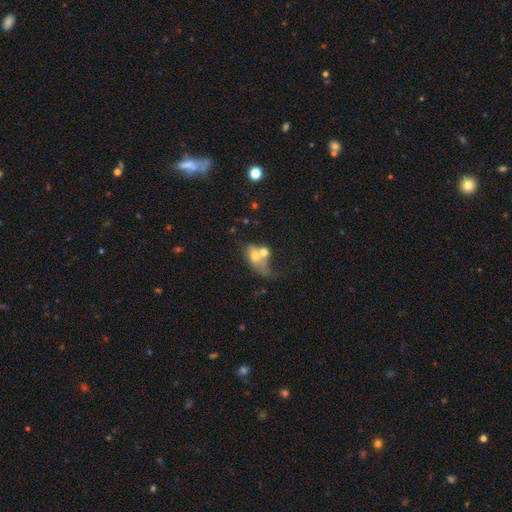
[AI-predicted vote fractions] Smooth or featured? Predicted: smooth (p=0.58). How rounded? Predicted: in between (p=0.66). Merging? Predicted: merger (p=0.63).